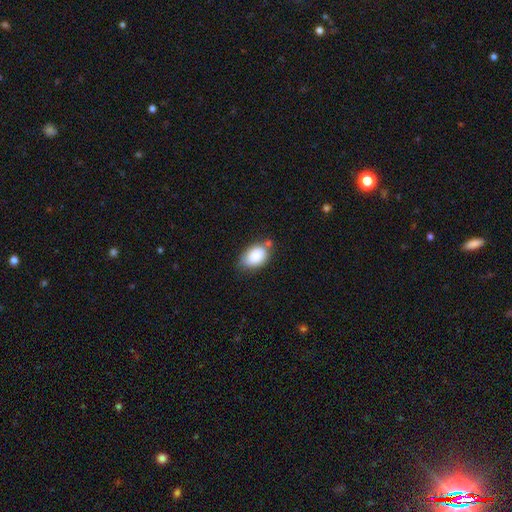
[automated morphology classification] Overall: smooth (86%). How rounded: in between (87%). Merging: none (63%; minor disturbance 24%).